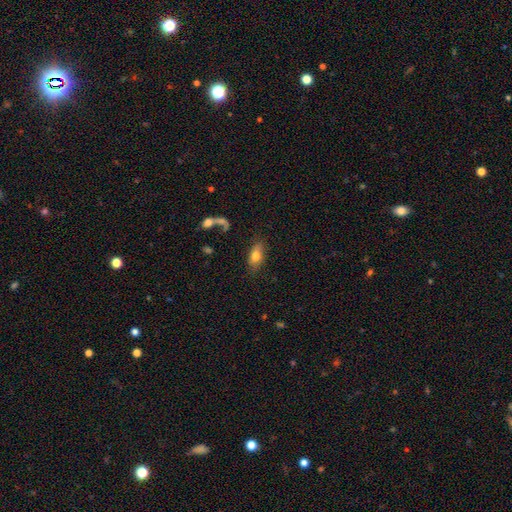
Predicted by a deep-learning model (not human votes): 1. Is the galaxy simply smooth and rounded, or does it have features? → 71% smooth, 21% featured or disk, 8% star or artifact.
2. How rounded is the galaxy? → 83% in between, 10% cigar-shaped, 7% round.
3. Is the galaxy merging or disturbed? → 75% none, 13% minor disturbance, 7% major disturbance, 5% merger.